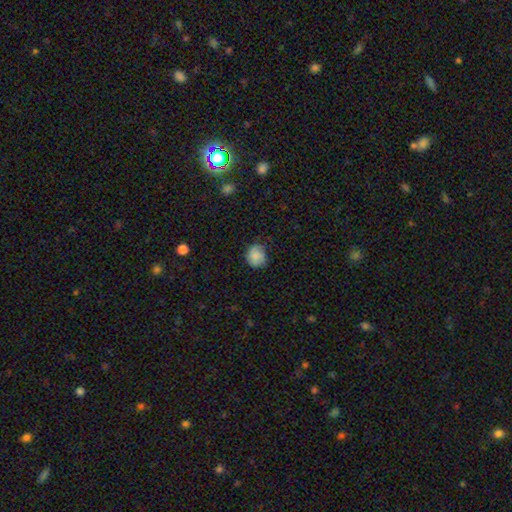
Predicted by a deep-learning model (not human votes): smooth_or_featured: smooth (p=0.80) [alt: featured or disk p=0.12]
how_rounded: round (p=0.75) [alt: in between p=0.24]
merging: none (p=0.66) [alt: minor disturbance p=0.27]